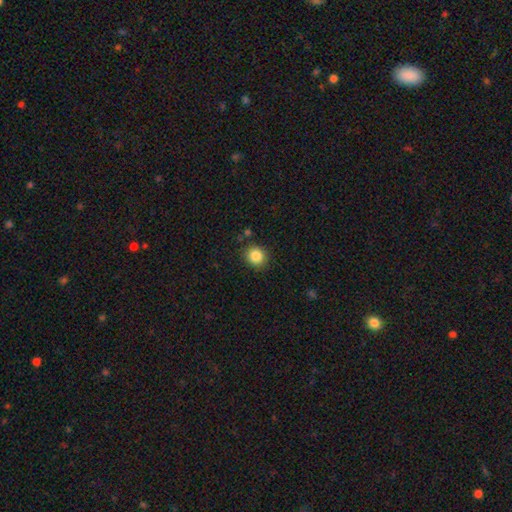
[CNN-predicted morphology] smooth_or_featured: smooth (p=0.85) [alt: star or artifact p=0.10]
how_rounded: round (p=0.86) [alt: in between p=0.13]
merging: none (p=0.87) [alt: minor disturbance p=0.08]